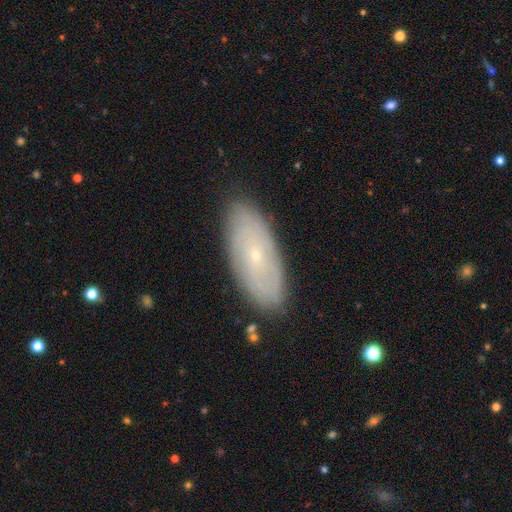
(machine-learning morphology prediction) Q: Smooth or featured?
A: featured or disk (54%); runner-up: smooth (39%)
Q: Edge-on disk?
A: no (85%); runner-up: yes (15%)
Q: Merging?
A: none (84%); runner-up: minor disturbance (12%)